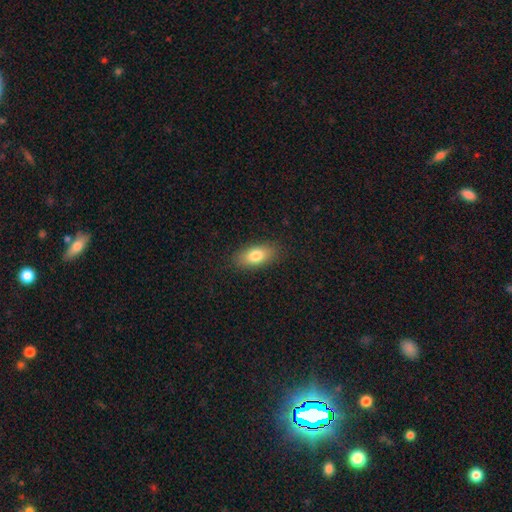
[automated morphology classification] Smooth or featured? Predicted: smooth (p=0.80). How rounded? Predicted: in between (p=0.85). Merging? Predicted: none (p=0.87).